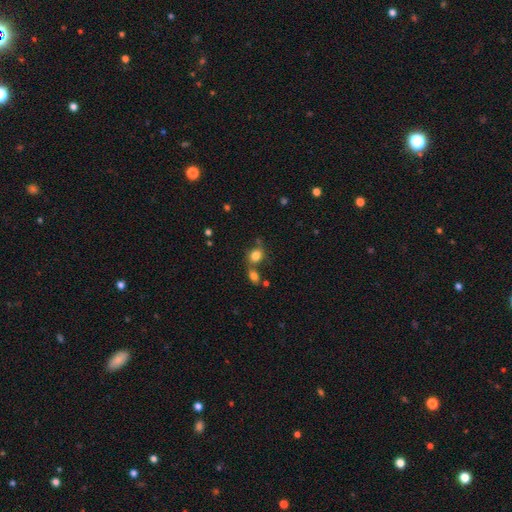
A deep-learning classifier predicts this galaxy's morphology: Smooth or featured? Predicted: smooth (p=0.81). How rounded? Predicted: round (p=0.55). Merging? Predicted: none (p=0.54).